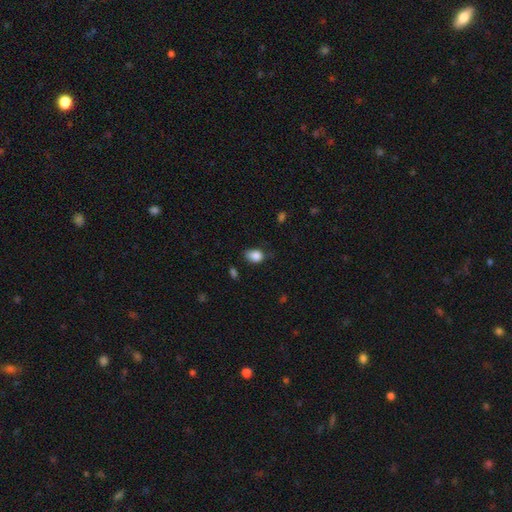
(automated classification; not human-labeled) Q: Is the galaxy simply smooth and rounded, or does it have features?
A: smooth — 85%.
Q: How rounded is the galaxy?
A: in between — 68%.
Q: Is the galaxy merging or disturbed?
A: none — 52%.